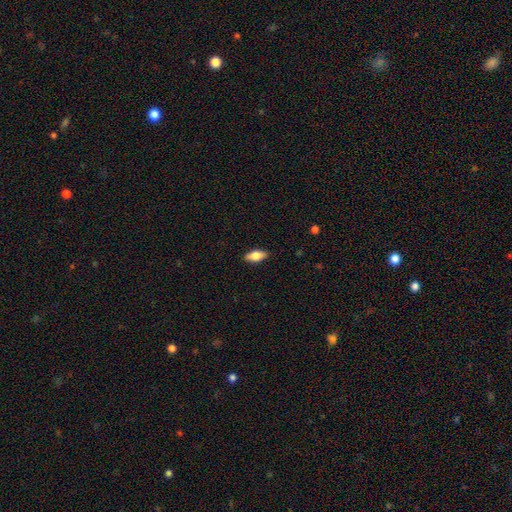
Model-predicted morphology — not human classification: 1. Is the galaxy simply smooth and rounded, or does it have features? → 77% smooth, 17% featured or disk, 6% star or artifact.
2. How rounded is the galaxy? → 86% in between, 12% cigar-shaped, 3% round.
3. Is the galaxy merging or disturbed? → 89% none, 9% minor disturbance, 2% major disturbance, 1% merger.